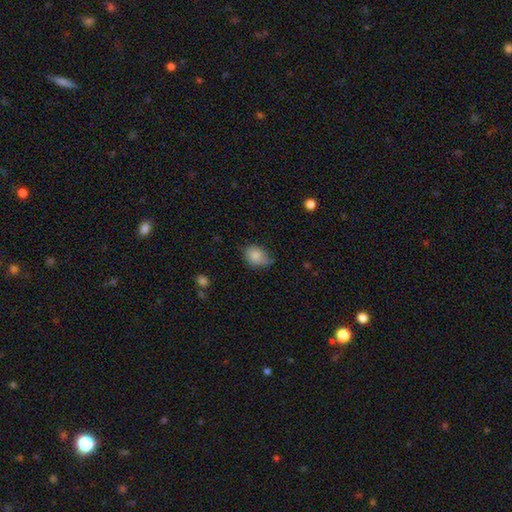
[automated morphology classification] smooth_or_featured: smooth (p=0.82) [alt: featured or disk p=0.10]
how_rounded: in between (p=0.53) [alt: round p=0.46]
merging: none (p=0.48) [alt: minor disturbance p=0.39]